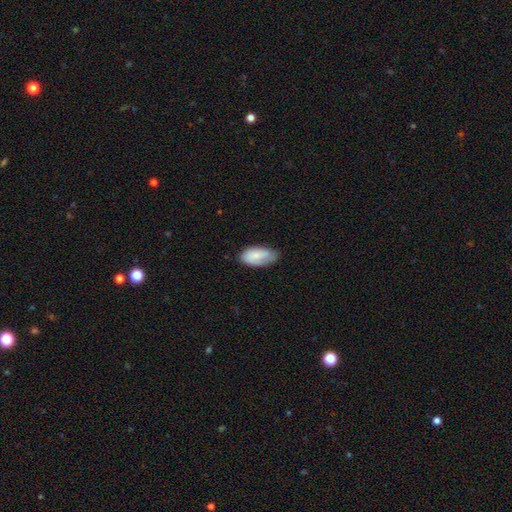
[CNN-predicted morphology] Overall: smooth (74%). How rounded: in between (94%). Merging: none (61%; minor disturbance 31%).